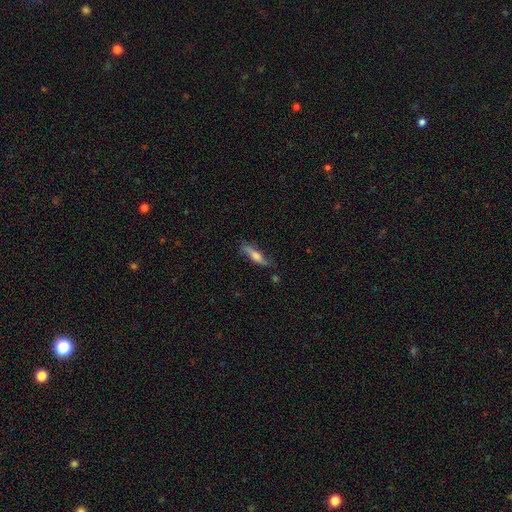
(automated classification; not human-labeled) smooth_or_featured: smooth (p=0.49) [alt: featured or disk p=0.44]
merging: none (p=0.72) [alt: minor disturbance p=0.21]